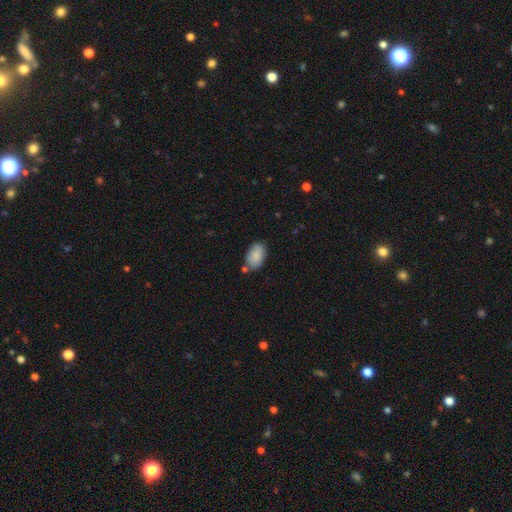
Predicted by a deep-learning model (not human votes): smooth_or_featured: smooth (p=0.86) [alt: featured or disk p=0.07]
how_rounded: in between (p=0.92) [alt: round p=0.07]
merging: none (p=0.72) [alt: minor disturbance p=0.17]